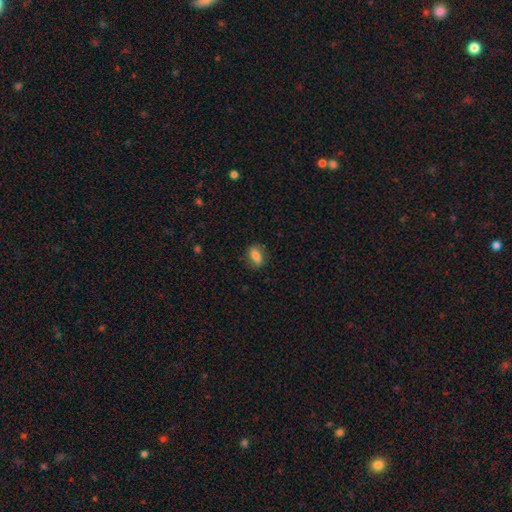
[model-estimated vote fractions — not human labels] The model was most divided on "merging": none: 77%, minor disturbance: 17%, major disturbance: 5%, merger: 1%. More confident: how rounded — in between (79%); smooth or featured — smooth (77%).